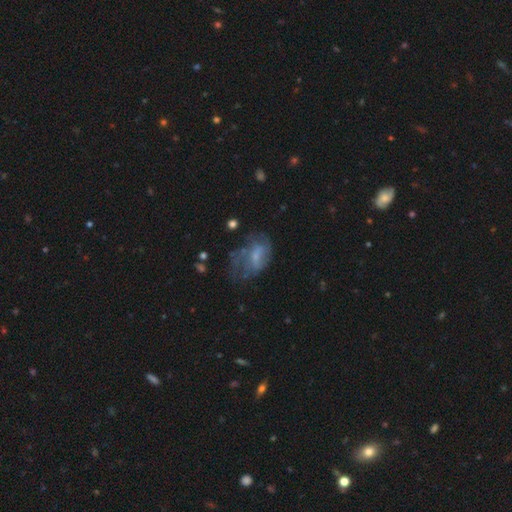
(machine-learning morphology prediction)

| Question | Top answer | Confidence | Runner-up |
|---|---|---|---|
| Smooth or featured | featured or disk | 48% | smooth (41%) |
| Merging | major disturbance | 36% | none (35%) |